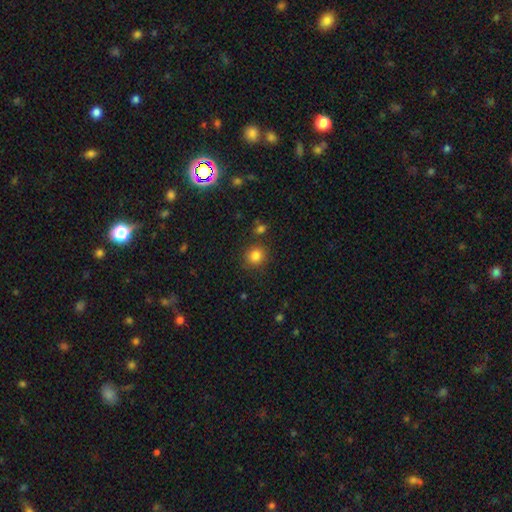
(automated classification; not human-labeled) Overall: smooth (84%). How rounded: round (86%). Merging: none (83%).